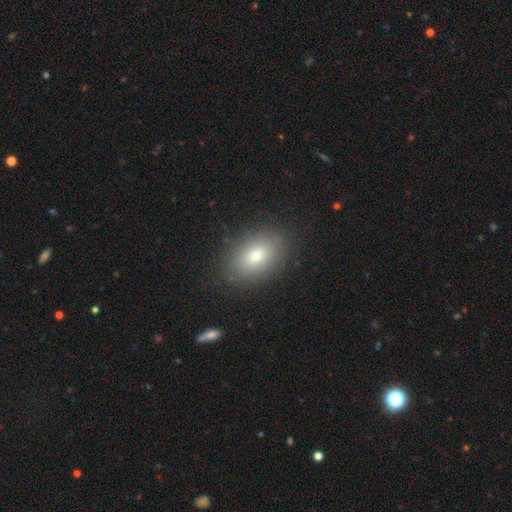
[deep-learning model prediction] Smooth or featured? smooth (79%)
How rounded? in between (83%)
Merging? none (86%)